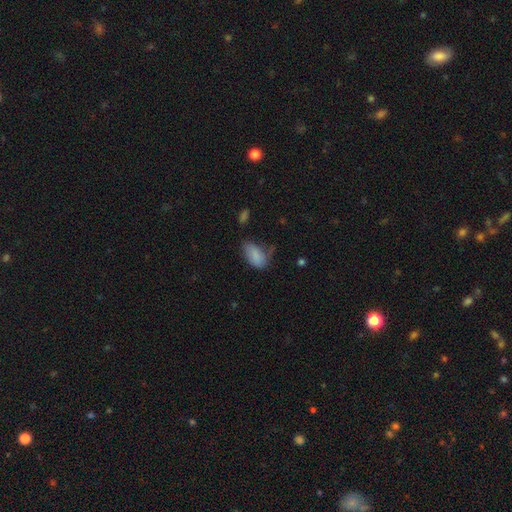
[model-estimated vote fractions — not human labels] This is clearly a smooth galaxy (83%). How rounded: clearly in between (93%). Merging: marginally none (44%).